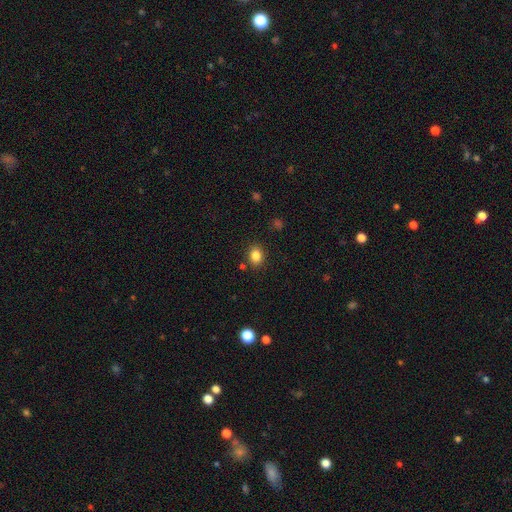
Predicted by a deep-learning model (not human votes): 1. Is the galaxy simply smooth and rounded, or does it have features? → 84% smooth, 11% star or artifact, 5% featured or disk.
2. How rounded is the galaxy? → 55% in between, 45% round, 1% cigar-shaped.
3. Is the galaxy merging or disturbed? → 85% none, 9% minor disturbance, 3% merger, 3% major disturbance.